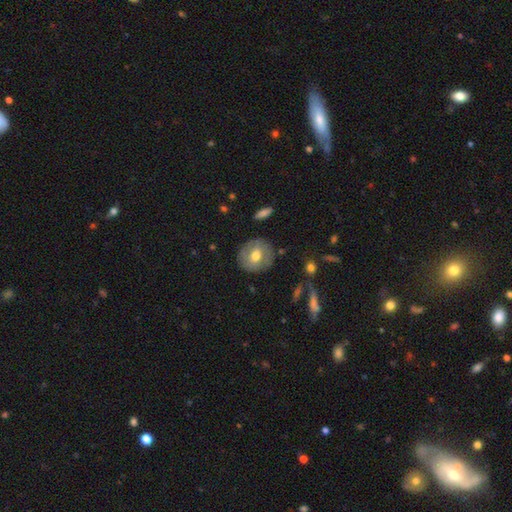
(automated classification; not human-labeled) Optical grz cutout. It shows a smooth galaxy with no disk features (47%). Merging: none (83%).